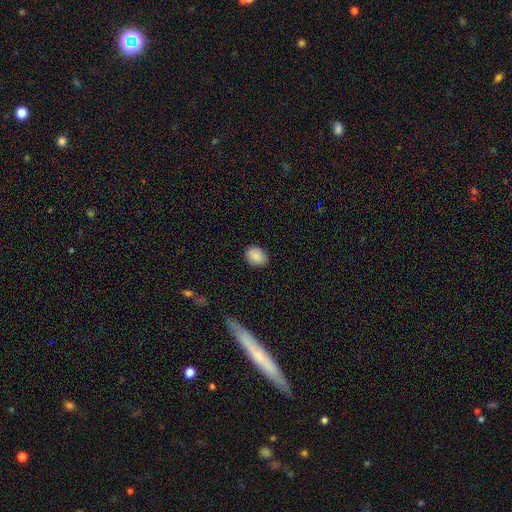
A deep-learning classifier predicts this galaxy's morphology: The model was most divided on "how rounded": in between: 62%, round: 37%, cigar-shaped: 1%. More confident: smooth or featured — smooth (88%); merging — none (85%).